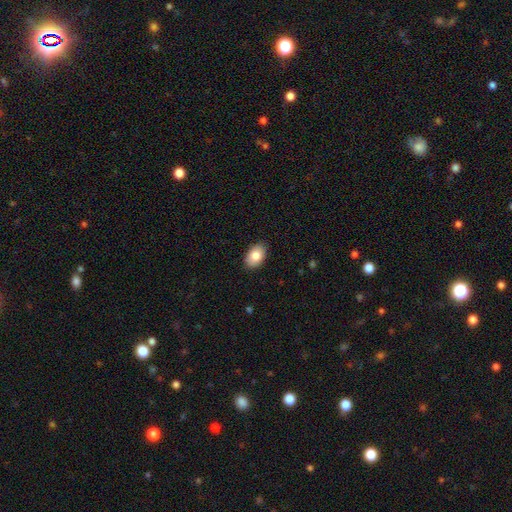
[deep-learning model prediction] This is clearly a smooth galaxy (82%). How rounded: clearly in between (89%). Merging: clearly none (88%).